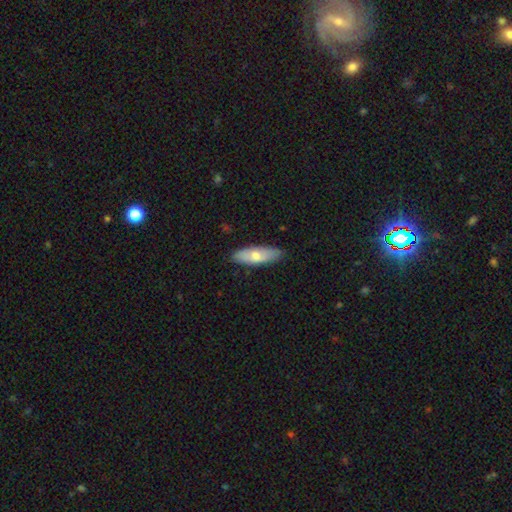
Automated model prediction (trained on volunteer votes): Smooth or featured: smooth — 66% (featured or disk — 29%)
How rounded: in between — 55% (cigar-shaped — 43%)
Merging: none — 86% (minor disturbance — 11%)